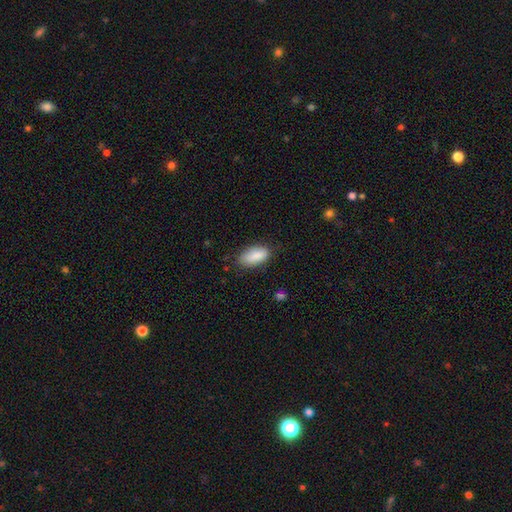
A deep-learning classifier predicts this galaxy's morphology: This is clearly a smooth galaxy (87%). How rounded: clearly in between (89%). Merging: likely none (76%).